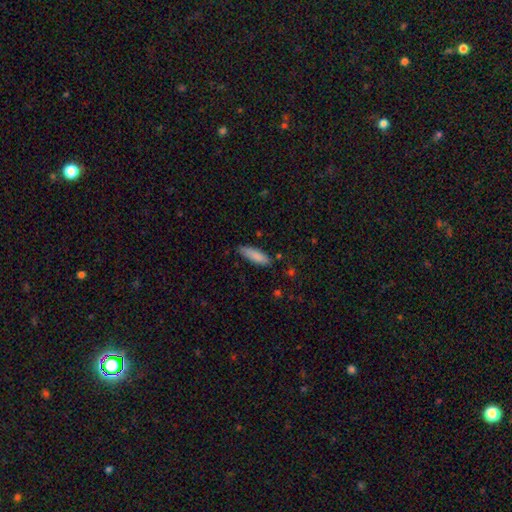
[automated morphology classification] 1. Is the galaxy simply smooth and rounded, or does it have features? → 86% smooth, 8% featured or disk, 6% star or artifact.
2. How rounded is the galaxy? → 55% cigar-shaped, 44% in between, 1% round.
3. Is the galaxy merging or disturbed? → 78% none, 17% minor disturbance, 3% major disturbance, 2% merger.